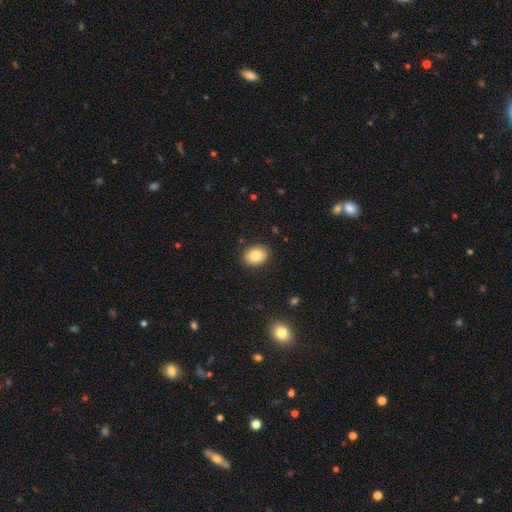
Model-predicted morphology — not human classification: A smooth galaxy with no disk features (84%) that is in between round and cigar-shaped (62%).

Vote fractions:
- Smooth or featured? smooth: 84% / star or artifact: 8% / featured or disk: 8%
- How rounded? in between: 62% / round: 37% / cigar-shaped: 1%
- Merging? none: 89% / minor disturbance: 8% / major disturbance: 2% / merger: 1%